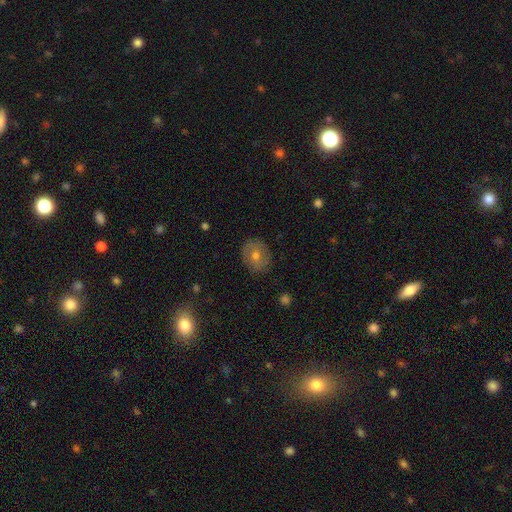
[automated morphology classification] Overall: smooth (54%; featured or disk 34%). How rounded: round (70%). Merging: none (85%).